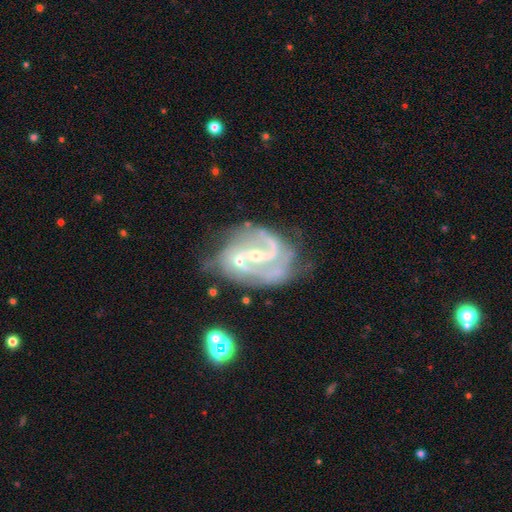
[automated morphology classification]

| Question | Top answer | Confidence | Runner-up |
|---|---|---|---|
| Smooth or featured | featured or disk | 89% | star or artifact (6%) |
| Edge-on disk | no | 98% | yes (2%) |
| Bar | weak | 43% | strong (34%) |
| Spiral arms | yes | 96% | no (4%) |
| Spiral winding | medium | 54% | loose (24%) |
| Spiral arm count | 2 | 79% | 3 (7%) |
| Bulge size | small | 75% | moderate (20%) |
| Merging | none | 47% | minor disturbance (23%) |